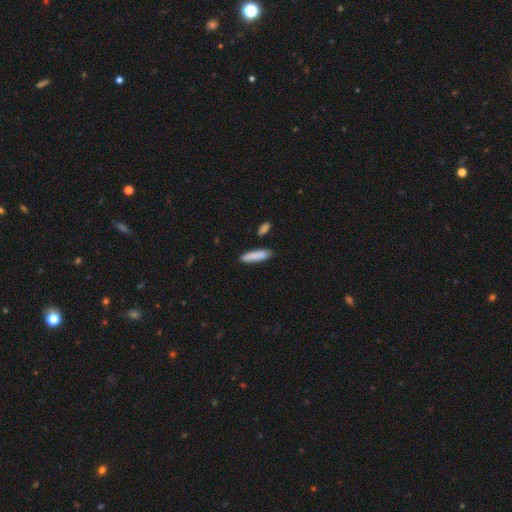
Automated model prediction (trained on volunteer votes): Q: Smooth or featured?
A: smooth (84%); runner-up: featured or disk (10%)
Q: How rounded?
A: cigar-shaped (72%); runner-up: in between (26%)
Q: Merging?
A: none (80%); runner-up: minor disturbance (13%)